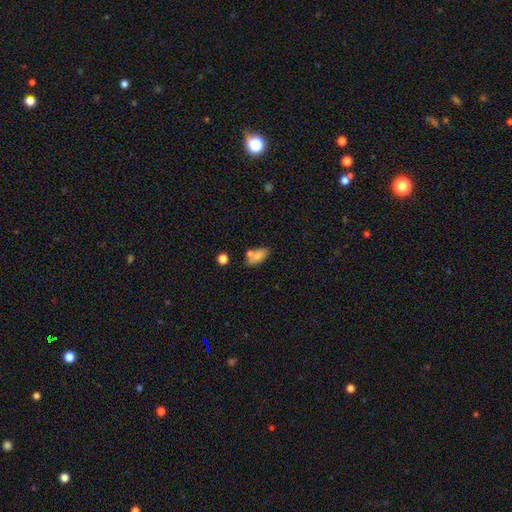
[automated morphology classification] type=smooth (78%); roundness=in between (85%); merging=none (59%).